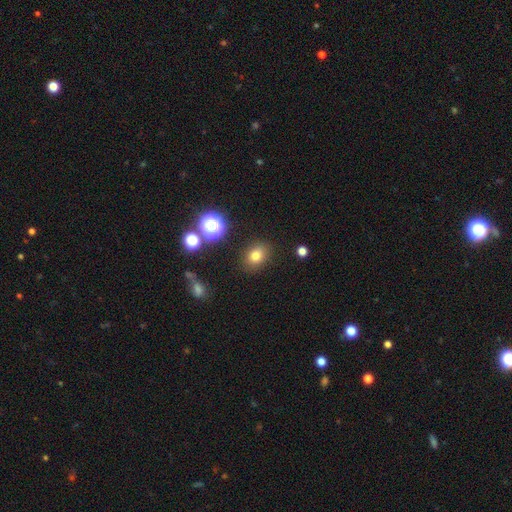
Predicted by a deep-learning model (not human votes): Smooth or featured? smooth (75%)
How rounded? in between (53%)
Merging? none (86%)